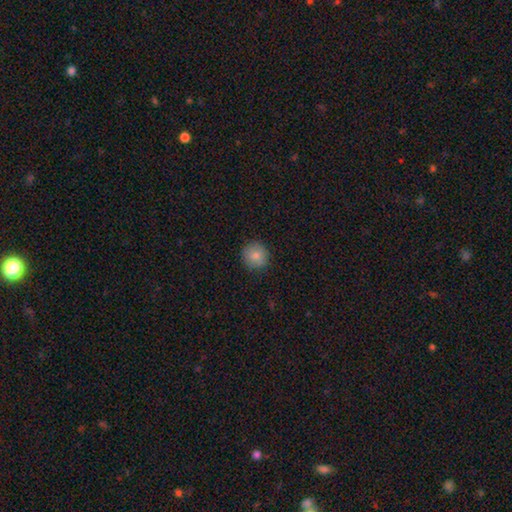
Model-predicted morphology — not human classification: This appears to be a smooth galaxy with no disk features (83%) that is round (94%). Merging: none (89%).